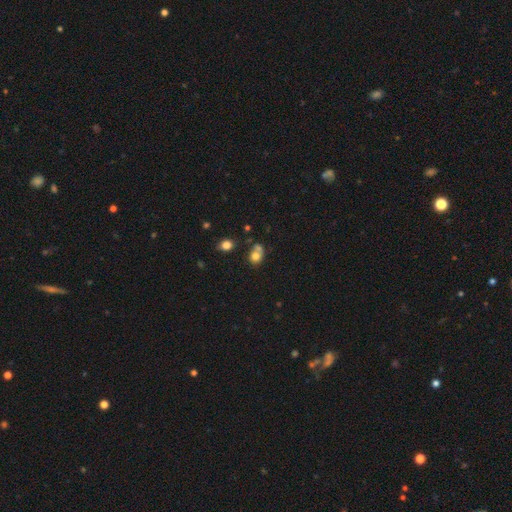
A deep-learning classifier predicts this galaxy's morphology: A smooth galaxy with no disk features (75%) that is round (65%). Merging: none (40%).